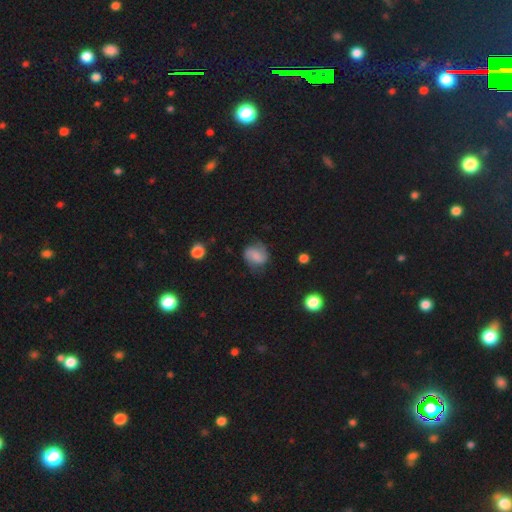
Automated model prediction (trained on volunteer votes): Q: Smooth or featured?
A: featured or disk (55%); runner-up: smooth (36%)
Q: Edge-on disk?
A: no (98%); runner-up: yes (2%)
Q: Bar?
A: weak (44%); runner-up: no (40%)
Q: Spiral arms?
A: yes (91%); runner-up: no (9%)
Q: Bulge size?
A: none (39%); runner-up: small (32%)
Q: Merging?
A: none (71%); runner-up: minor disturbance (20%)